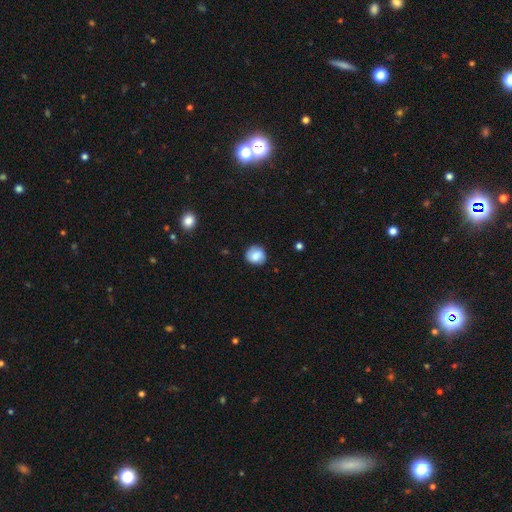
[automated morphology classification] Smooth or featured? Predicted: smooth (p=0.80). How rounded? Predicted: round (p=0.85). Merging? Predicted: none (p=0.81).